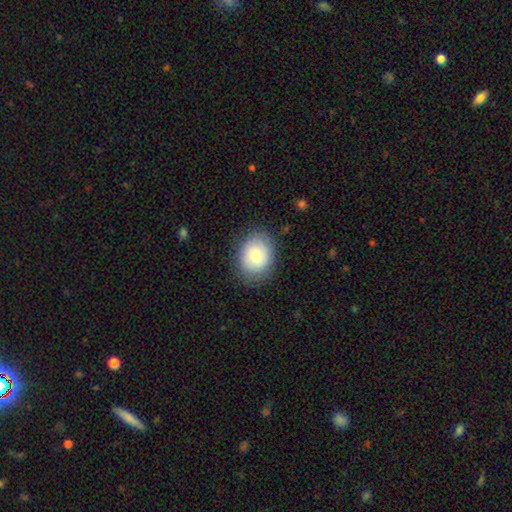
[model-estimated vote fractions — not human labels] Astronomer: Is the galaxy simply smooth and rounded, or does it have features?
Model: smooth — 77%.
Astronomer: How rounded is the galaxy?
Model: in between — 51% (runner-up: round, 48%).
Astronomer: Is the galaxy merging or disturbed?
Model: none — 81%.